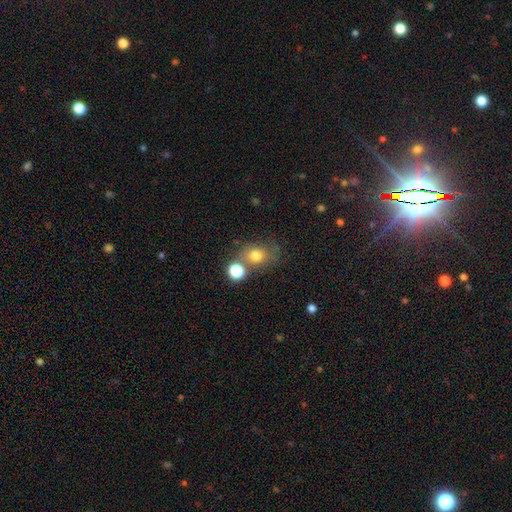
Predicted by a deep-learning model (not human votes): Morphology: type=smooth (74%); roundness=round (55%); merging=none (55%).